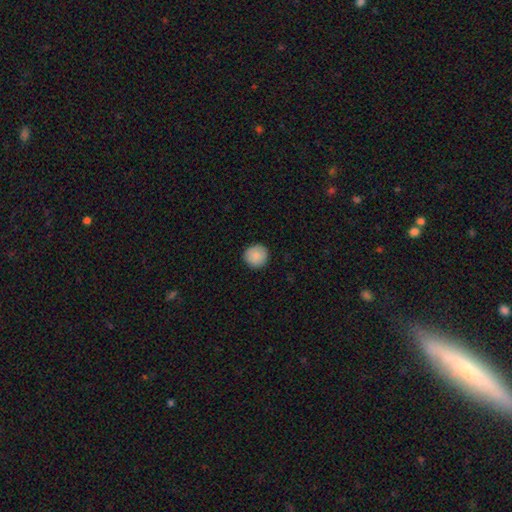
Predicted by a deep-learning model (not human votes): Q: Smooth or featured?
A: smooth (89%); runner-up: star or artifact (7%)
Q: How rounded?
A: round (95%); runner-up: in between (4%)
Q: Merging?
A: none (92%); runner-up: minor disturbance (6%)